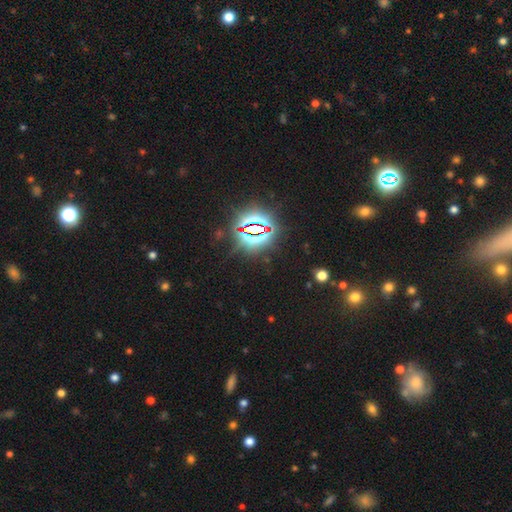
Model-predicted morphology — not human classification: smooth_or_featured: star or artifact (p=0.81) [alt: smooth p=0.11]